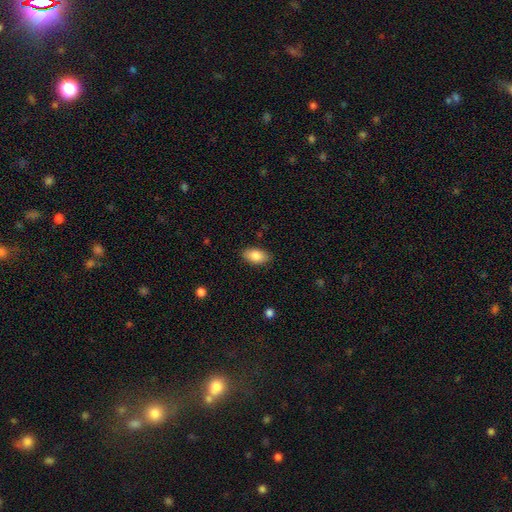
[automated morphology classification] smooth_or_featured: smooth (p=0.84) [alt: featured or disk p=0.09]
how_rounded: in between (p=0.92) [alt: round p=0.05]
merging: none (p=0.87) [alt: minor disturbance p=0.10]